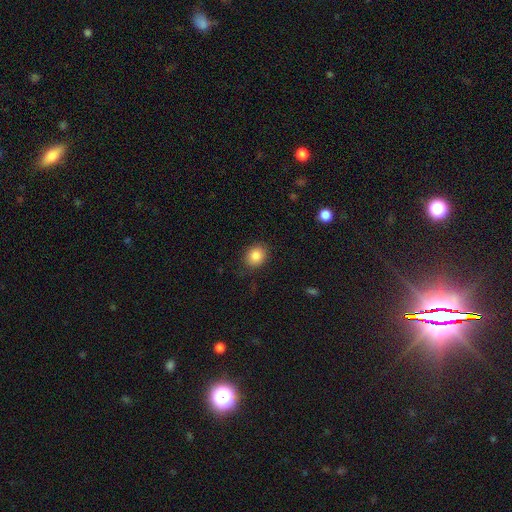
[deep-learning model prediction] This is clearly a smooth galaxy (86%). How rounded: likely round (62%). Merging: clearly none (85%).